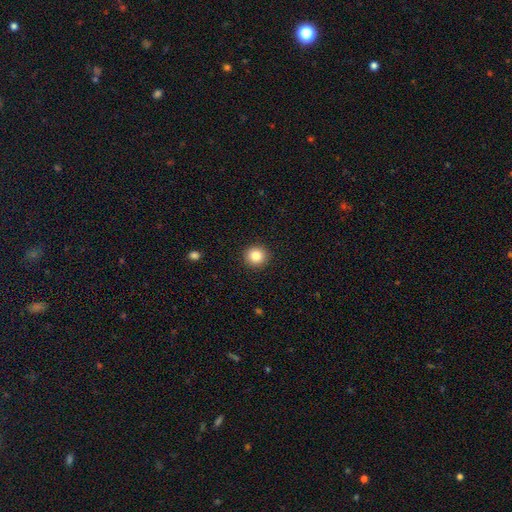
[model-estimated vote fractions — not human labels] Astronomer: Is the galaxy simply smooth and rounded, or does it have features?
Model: smooth — 86%.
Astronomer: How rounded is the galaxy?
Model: round — 92%.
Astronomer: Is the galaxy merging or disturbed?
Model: none — 92%.